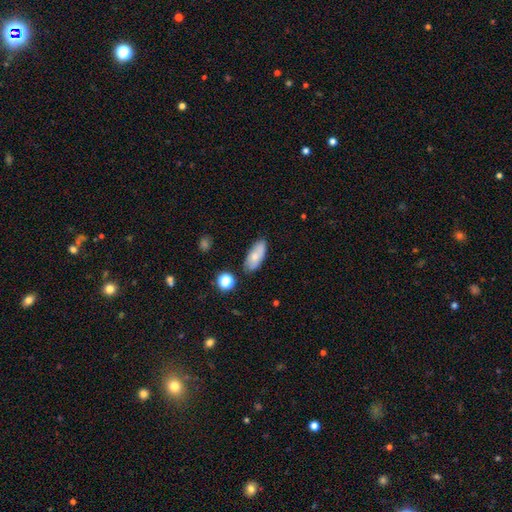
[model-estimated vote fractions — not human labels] This is likely a smooth galaxy (73%). How rounded: clearly in between (83%). Merging: likely none (78%).